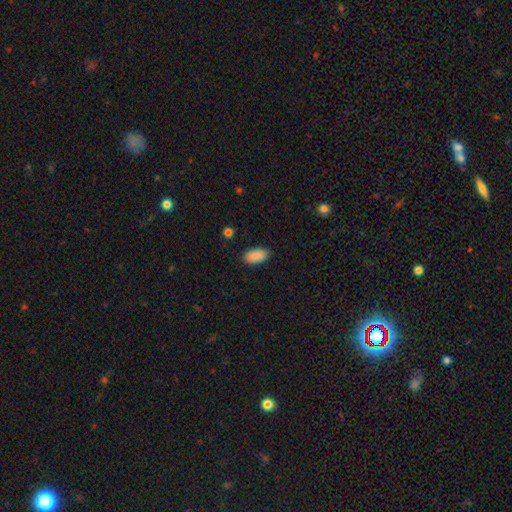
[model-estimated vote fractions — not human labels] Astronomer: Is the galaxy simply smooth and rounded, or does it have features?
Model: smooth — 89%.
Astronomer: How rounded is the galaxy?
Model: in between — 94%.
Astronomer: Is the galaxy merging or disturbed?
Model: none — 83%.